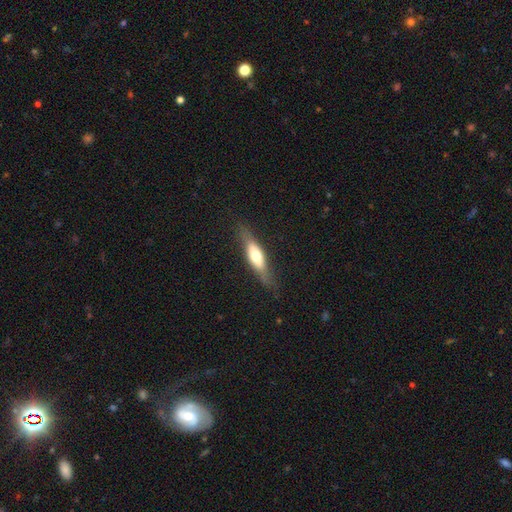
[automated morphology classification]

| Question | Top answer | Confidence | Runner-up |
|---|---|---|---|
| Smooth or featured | smooth | 48% | featured or disk (46%) |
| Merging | none | 75% | minor disturbance (17%) |